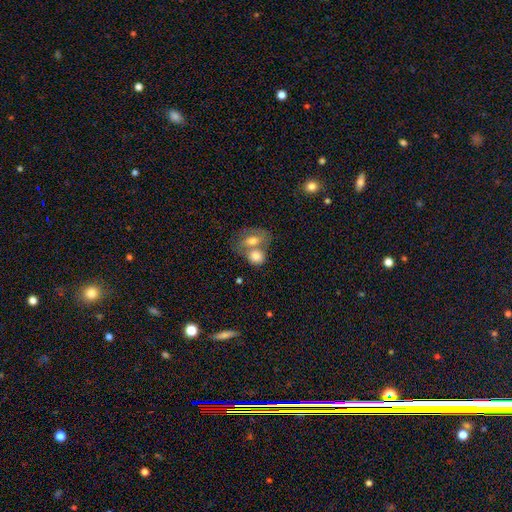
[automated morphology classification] This is likely a smooth galaxy (75%). How rounded: possibly in between (56%). Merging: likely merger (61%).